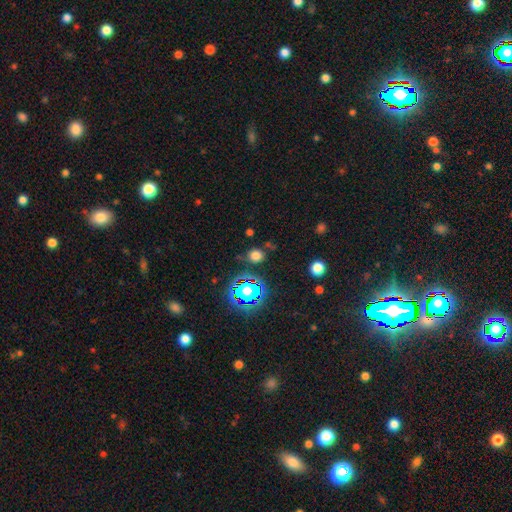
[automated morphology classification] Overall: smooth (66%; star or artifact 27%). How rounded: round (75%). Merging: none (79%).